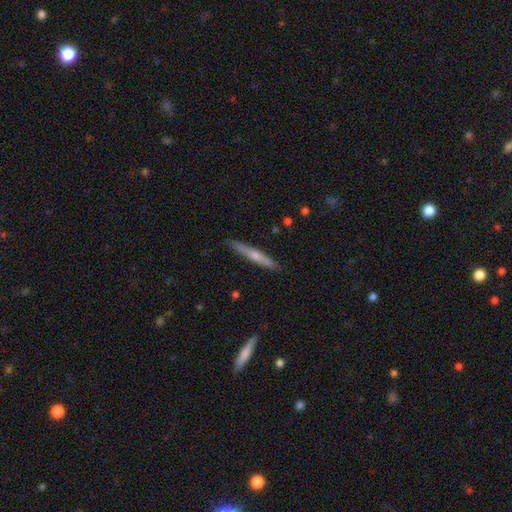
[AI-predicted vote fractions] Smooth or featured?
  - featured or disk: 51% *
  - smooth: 43%
  - star or artifact: 6%
Edge-on disk?
  - yes: 96% *
  - no: 4%
Merging?
  - none: 88% *
  - minor disturbance: 9%
  - major disturbance: 2%
  - merger: 1%